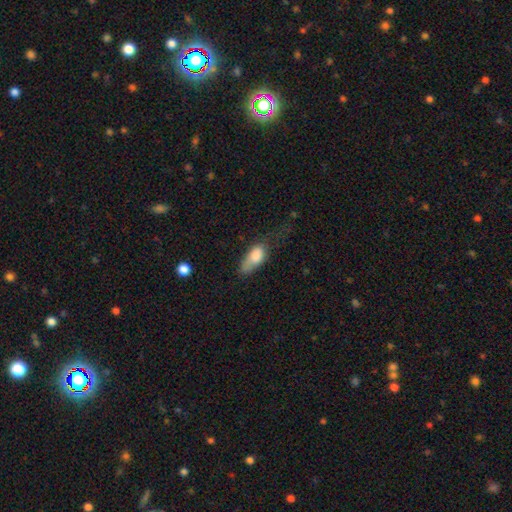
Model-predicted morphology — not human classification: smooth-or-featured: smooth: 79% | featured or disk: 14% | star or artifact: 8%
  how-rounded: in between: 83% | cigar-shaped: 12% | round: 5%
  merging: major disturbance: 35% | minor disturbance: 34% | none: 26% | merger: 5%